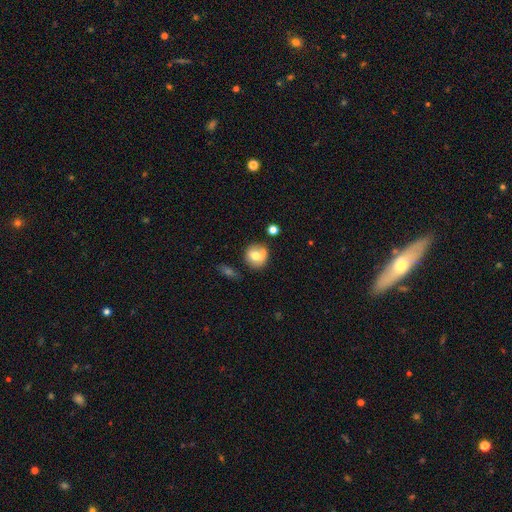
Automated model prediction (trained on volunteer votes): This is likely a smooth galaxy (67%). How rounded: clearly round (84%). Merging: possibly none (55%).